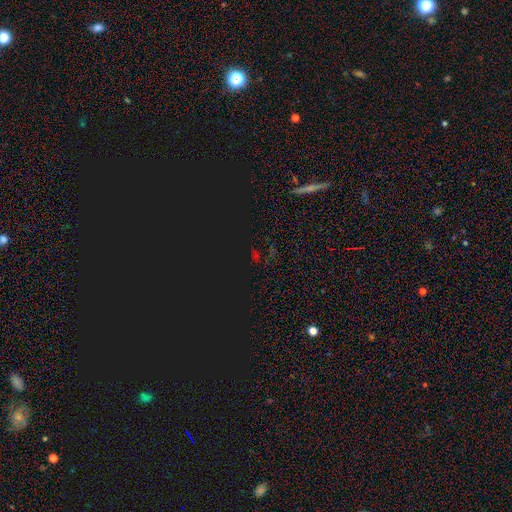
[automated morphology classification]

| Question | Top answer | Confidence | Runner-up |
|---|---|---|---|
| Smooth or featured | star or artifact | 74% | smooth (19%) |